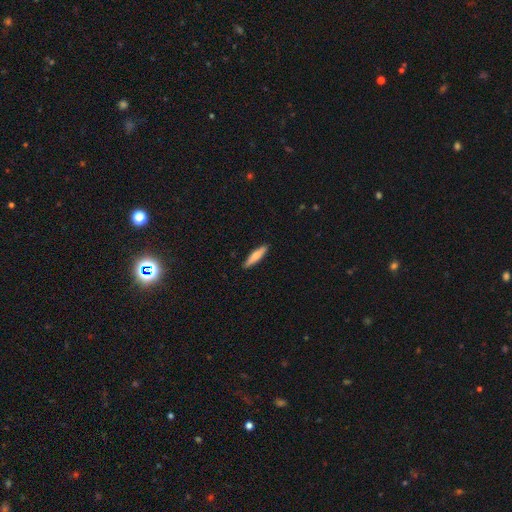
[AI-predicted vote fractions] Smooth or featured? Predicted: smooth (p=0.69). How rounded? Predicted: cigar-shaped (p=0.82). Merging? Predicted: none (p=0.90).